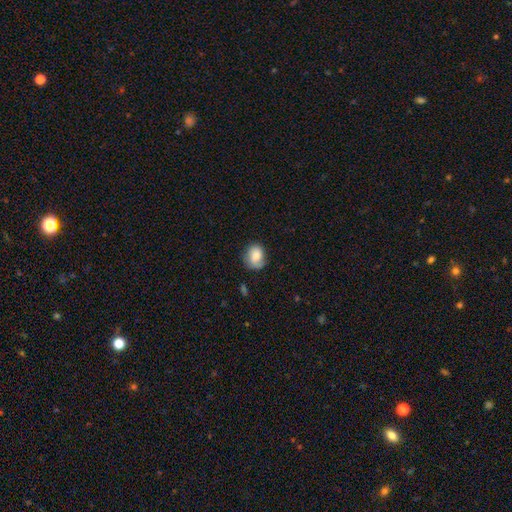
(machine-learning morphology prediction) Smooth or featured? Predicted: smooth (p=0.78). How rounded? Predicted: round (p=0.55). Merging? Predicted: none (p=0.62).